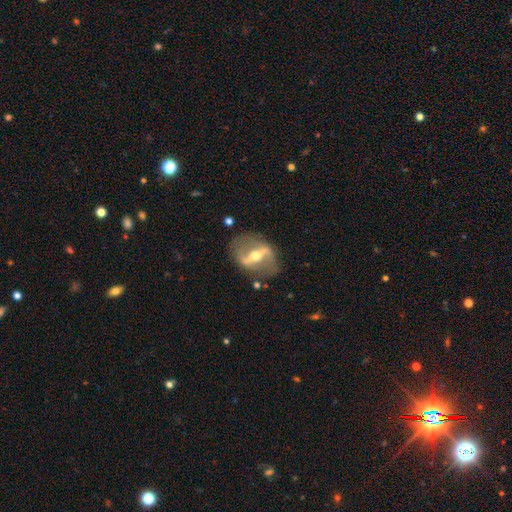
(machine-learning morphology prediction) A featured or disk galaxy (83%) with a strong bar (75%), spiral arms (56%) and a moderate central bulge (68%).

Vote fractions:
- Smooth or featured? featured or disk: 83% / smooth: 11% / star or artifact: 6%
- Edge-on disk? no: 85% / yes: 15%
- Bar? strong: 75% / weak: 18% / no: 7%
- Spiral arms? yes: 56% / no: 44%
- Bulge size? moderate: 68% / small: 24% / large: 6% / none: 1% / dominant: 1%
- Merging? none: 76% / minor disturbance: 14% / major disturbance: 8% / merger: 2%